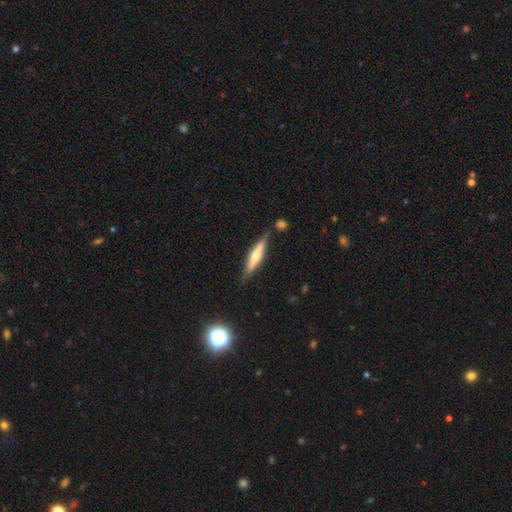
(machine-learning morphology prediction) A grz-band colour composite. It shows a smooth galaxy with no disk features (48%). Merging: none (75%).